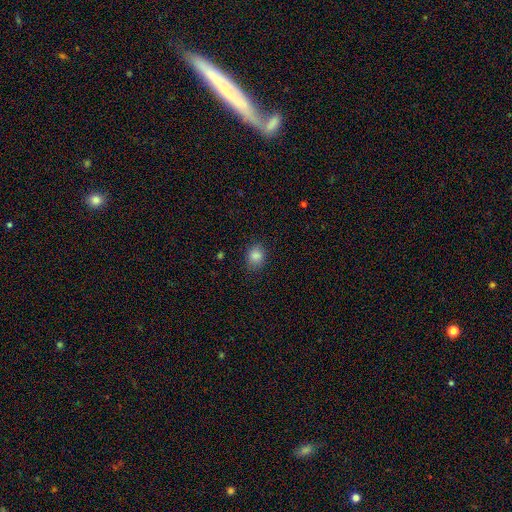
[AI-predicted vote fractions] smooth 84%, star or artifact 10%, featured or disk 6%. Down the decision tree: how rounded — in between (51%); merging — none (79%).